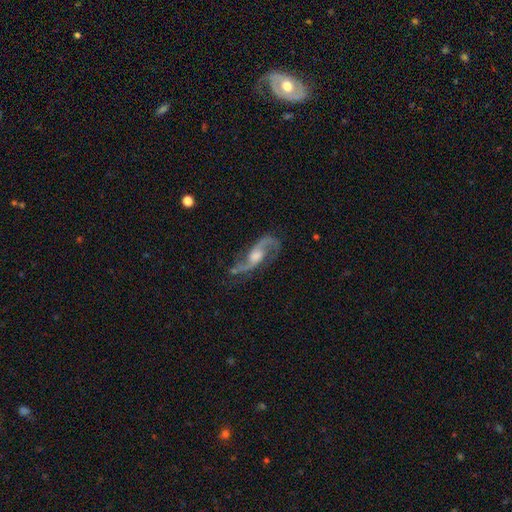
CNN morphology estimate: Smooth or featured? featured or disk (89%)
Edge-on disk? no (94%)
Bar? no (50%)
Spiral arms? yes (97%)
Spiral winding? loose (56%)
Spiral arm count? 2 (92%)
Bulge size? moderate (49%)
Merging? none (70%)